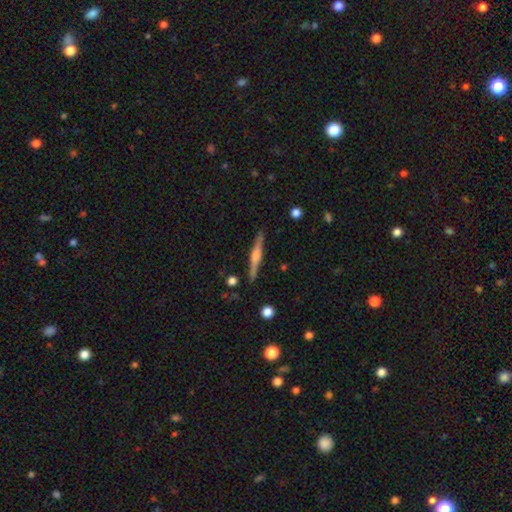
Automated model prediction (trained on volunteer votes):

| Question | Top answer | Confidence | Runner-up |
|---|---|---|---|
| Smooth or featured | featured or disk | 75% | smooth (19%) |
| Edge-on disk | yes | 98% | no (2%) |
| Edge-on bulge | rounded | 81% | boxy (12%) |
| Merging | none | 91% | minor disturbance (6%) |